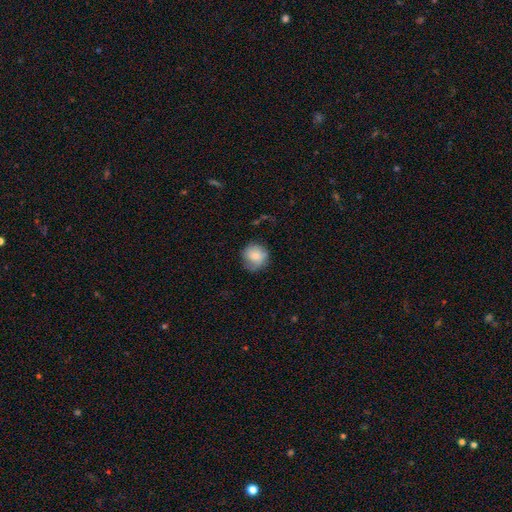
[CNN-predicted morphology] A smooth galaxy with no disk features (78%) that is round (88%). Merging: none (67%).